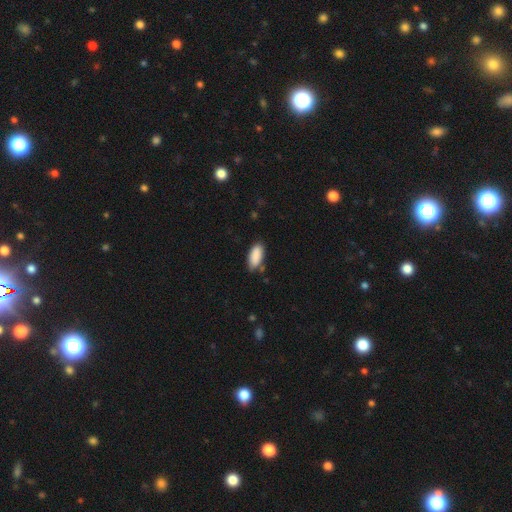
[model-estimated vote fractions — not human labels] Smooth or featured: smooth — 89% (star or artifact — 7%)
How rounded: in between — 89% (cigar-shaped — 9%)
Merging: none — 75% (minor disturbance — 19%)